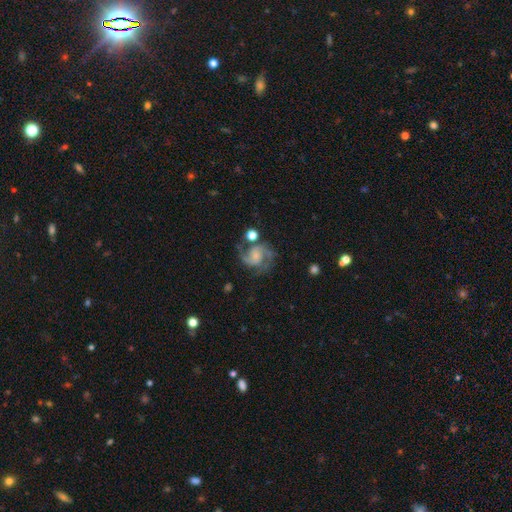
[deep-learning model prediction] Morphology: type=featured or disk (85%); edge-on=no (98%); bar=no (60%); spiral arms=yes (97%); winding=medium (56%); arm count=2 (78%); bulge=small (56%); merging=none (63%).